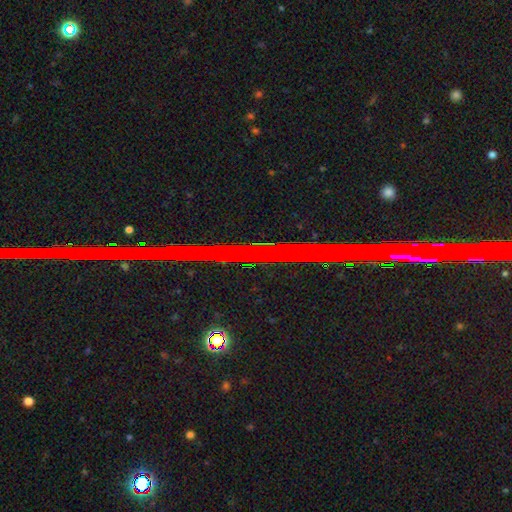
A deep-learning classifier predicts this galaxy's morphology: star or artifact 80%, featured or disk 13%, smooth 8%.